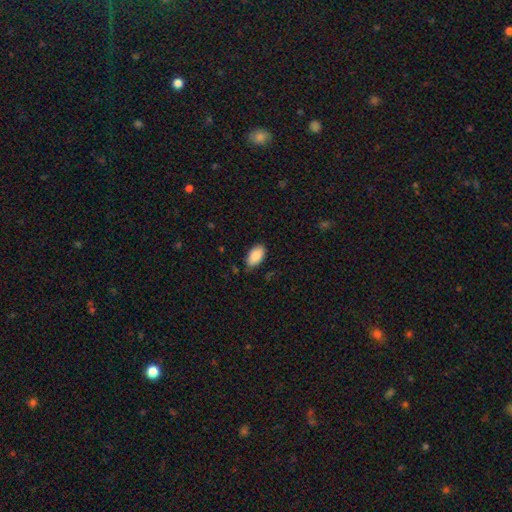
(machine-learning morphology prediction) Smooth or featured?
  - smooth: 88% *
  - star or artifact: 7%
  - featured or disk: 5%
How rounded?
  - in between: 94% *
  - round: 3%
  - cigar-shaped: 3%
Merging?
  - none: 76% *
  - minor disturbance: 19%
  - major disturbance: 3%
  - merger: 1%